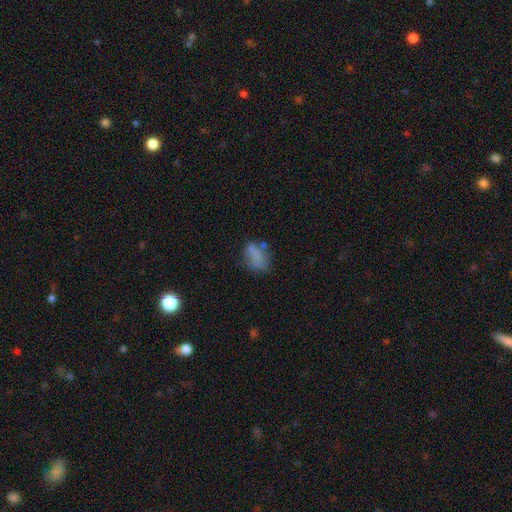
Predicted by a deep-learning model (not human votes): Overall: smooth (70%). How rounded: in between (80%). Merging: none (48%; minor disturbance 27%).